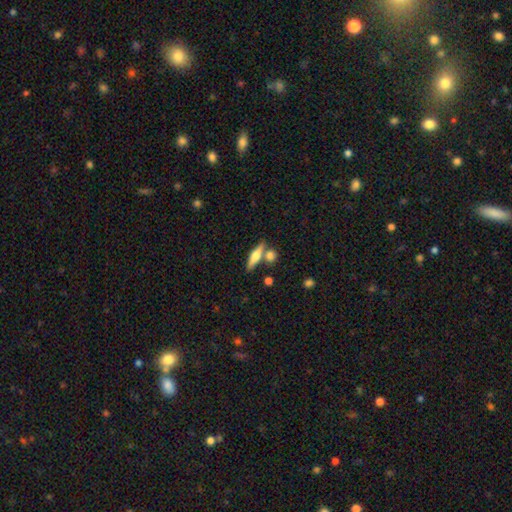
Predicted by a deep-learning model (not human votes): Q: Smooth or featured?
A: smooth (51%); runner-up: featured or disk (42%)
Q: How rounded?
A: cigar-shaped (66%); runner-up: in between (29%)
Q: Merging?
A: none (67%); runner-up: merger (20%)